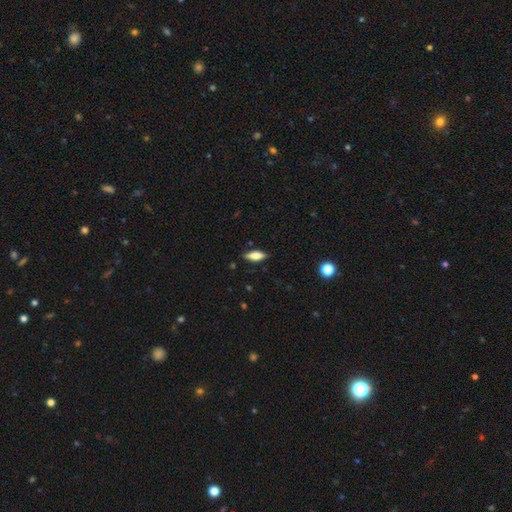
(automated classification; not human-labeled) Q: Smooth or featured?
A: smooth (63%); runner-up: featured or disk (30%)
Q: How rounded?
A: in between (63%); runner-up: cigar-shaped (34%)
Q: Merging?
A: none (85%); runner-up: minor disturbance (11%)